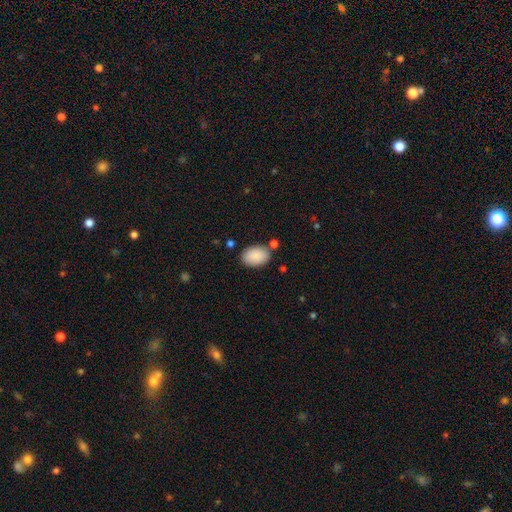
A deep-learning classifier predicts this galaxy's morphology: Smooth or featured?
  - smooth: 89% *
  - star or artifact: 6%
  - featured or disk: 4%
How rounded?
  - in between: 88% *
  - round: 11%
  - cigar-shaped: 1%
Merging?
  - none: 79% *
  - minor disturbance: 13%
  - merger: 5%
  - major disturbance: 3%